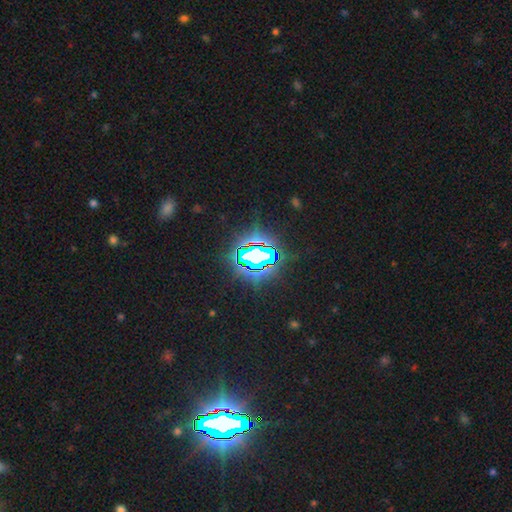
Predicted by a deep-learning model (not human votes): Overall: star or artifact (79%).